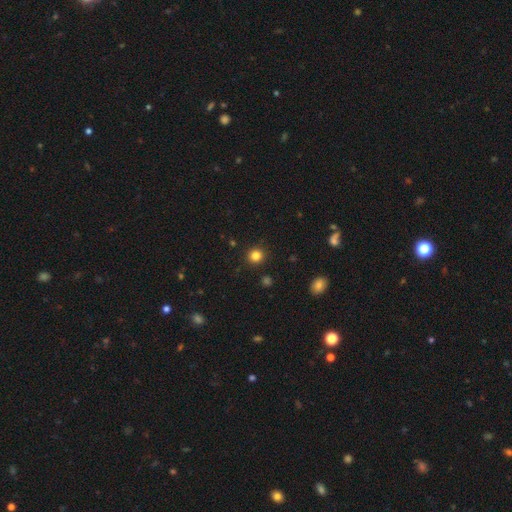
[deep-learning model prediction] A smooth galaxy with no disk features (83%) that is round (93%). Merging: none (92%).